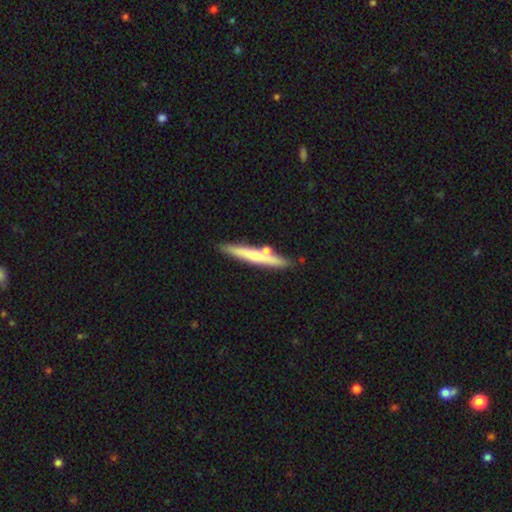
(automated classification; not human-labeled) Q: Smooth or featured?
A: smooth (54%); runner-up: featured or disk (40%)
Q: How rounded?
A: cigar-shaped (94%); runner-up: in between (4%)
Q: Merging?
A: none (77%); runner-up: minor disturbance (11%)